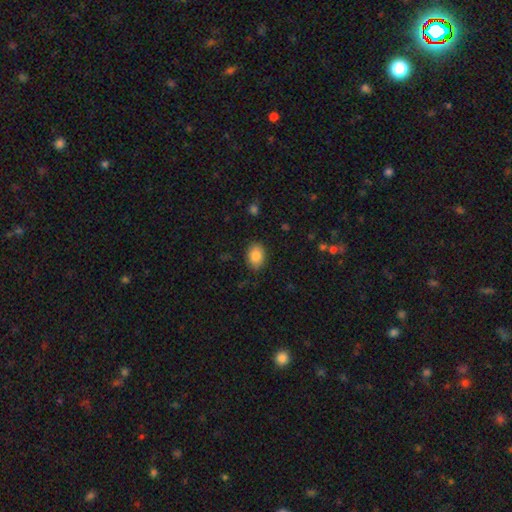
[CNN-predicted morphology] Overall: smooth (86%). How rounded: in between (78%). Merging: none (86%).